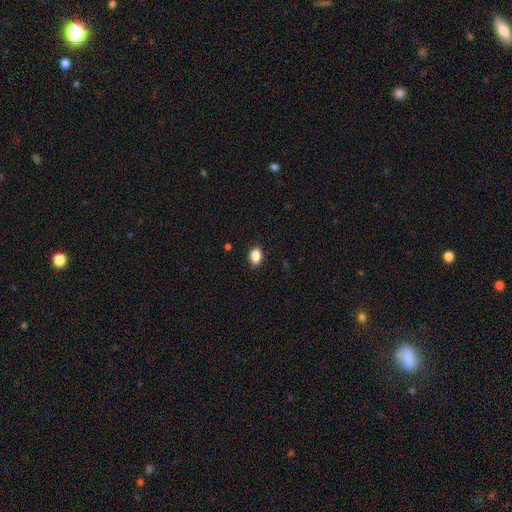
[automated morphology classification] The model was most divided on "how rounded": in between: 79%, round: 20%, cigar-shaped: 1%. More confident: merging — none (89%); smooth or featured — smooth (88%).